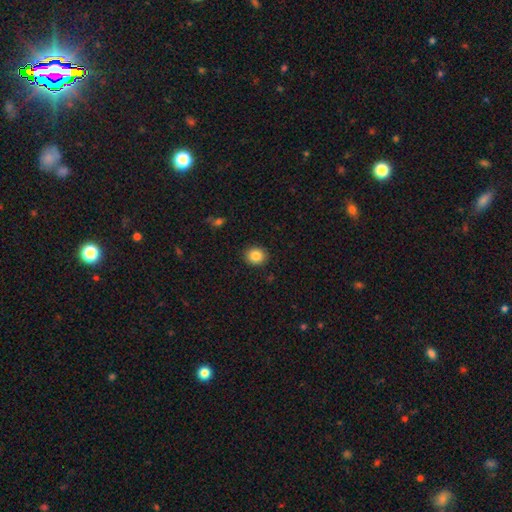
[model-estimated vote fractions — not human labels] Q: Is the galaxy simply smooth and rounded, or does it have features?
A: smooth — 85%.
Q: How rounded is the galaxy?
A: round — 78%.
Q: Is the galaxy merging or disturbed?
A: none — 91%.